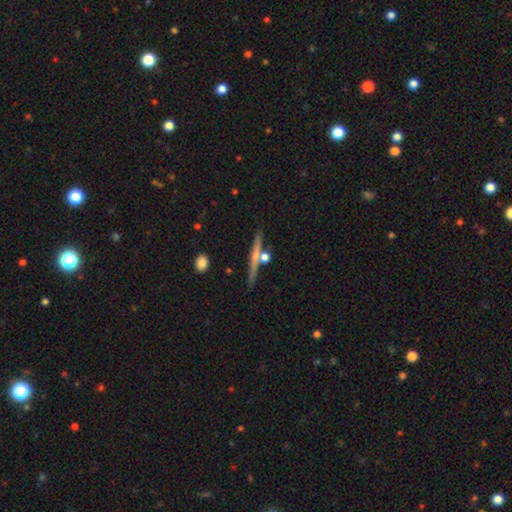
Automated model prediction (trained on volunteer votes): Smooth or featured: featured or disk — 58% (smooth — 34%)
Edge-on disk: yes — 96% (no — 4%)
Edge-on bulge: rounded — 53% (none — 41%)
Merging: none — 79% (merger — 10%)